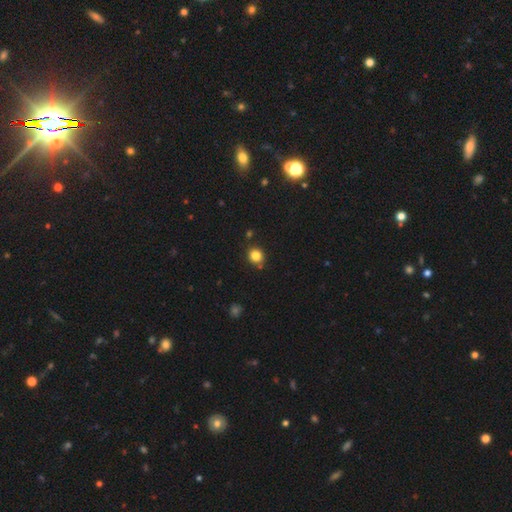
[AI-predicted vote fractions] The model was most divided on "how rounded": round: 84%, in between: 15%, cigar-shaped: 1%. More confident: smooth or featured — smooth (83%); merging — none (83%).